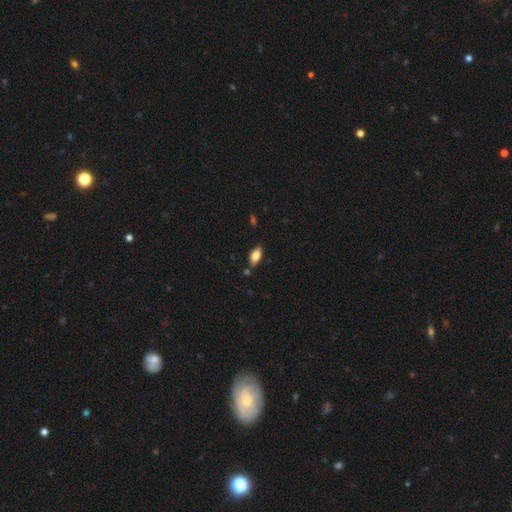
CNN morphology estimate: Overall: smooth (76%). How rounded: in between (90%). Merging: none (80%).